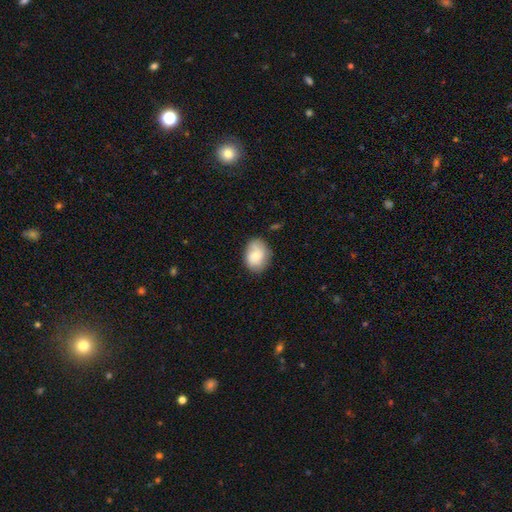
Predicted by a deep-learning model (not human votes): Morphology: type=smooth (71%); roundness=in between (65%); merging=none (73%).